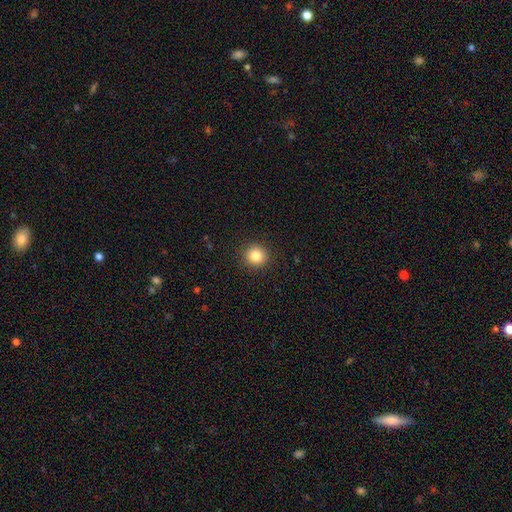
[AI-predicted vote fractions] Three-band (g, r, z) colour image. It shows a smooth galaxy with no disk features (84%) that is round (91%). Merging: none (92%).